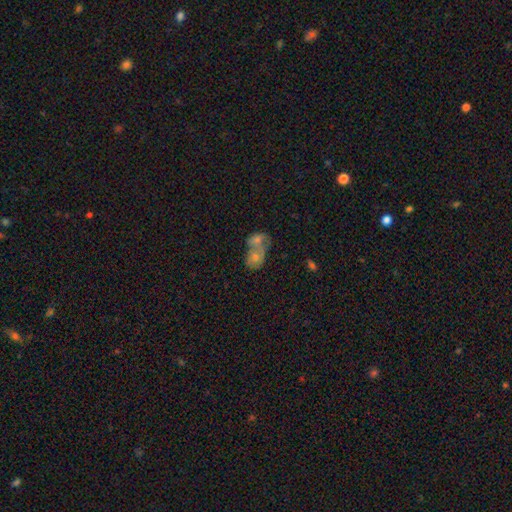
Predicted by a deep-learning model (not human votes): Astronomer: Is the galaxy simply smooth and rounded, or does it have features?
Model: smooth — 62%.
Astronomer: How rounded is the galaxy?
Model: in between — 64%.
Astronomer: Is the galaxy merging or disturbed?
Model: merger — 75%.